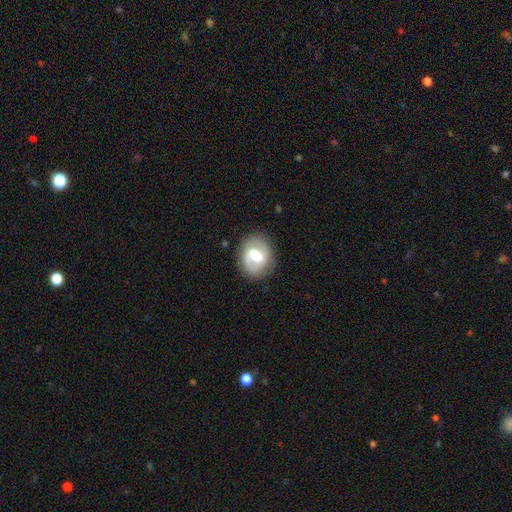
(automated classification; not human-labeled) A featured or disk galaxy (67%) with a weak bar (50%), 2 (84%) medium (46%) spiral arms (79%) and a moderate central bulge (50%). Merging: none (82%).